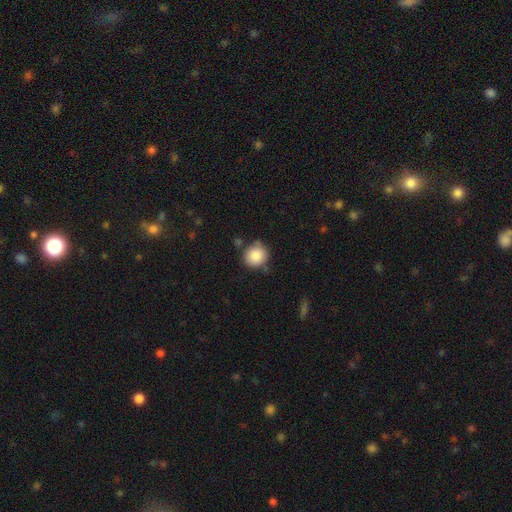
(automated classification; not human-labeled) This is clearly a smooth galaxy (85%). How rounded: clearly round (90%). Merging: likely none (77%).